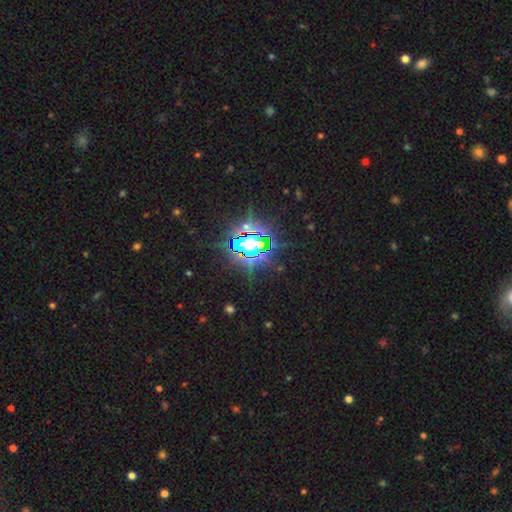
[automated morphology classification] A star or artifact, not a galaxy (81%).

Vote fractions:
- Smooth or featured? star or artifact: 81% / smooth: 10% / featured or disk: 9%